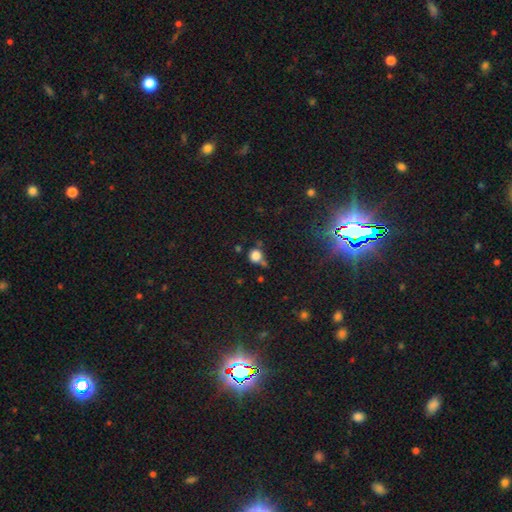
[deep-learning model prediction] smooth 81%, star or artifact 13%, featured or disk 6%. Down the decision tree: how rounded — round (89%); merging — none (58%).